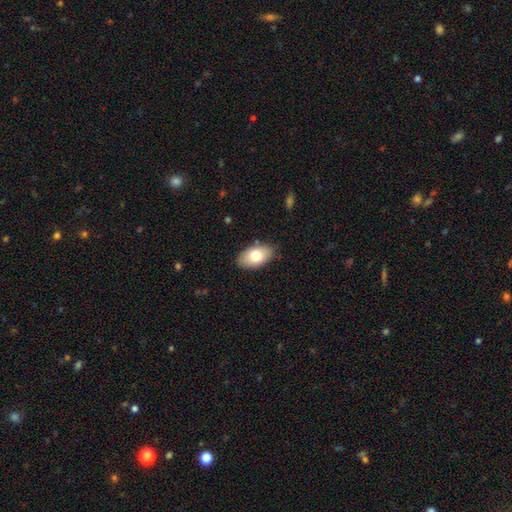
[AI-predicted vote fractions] smooth 77%, featured or disk 16%, star or artifact 7%. Down the decision tree: how rounded — in between (93%); merging — none (84%).